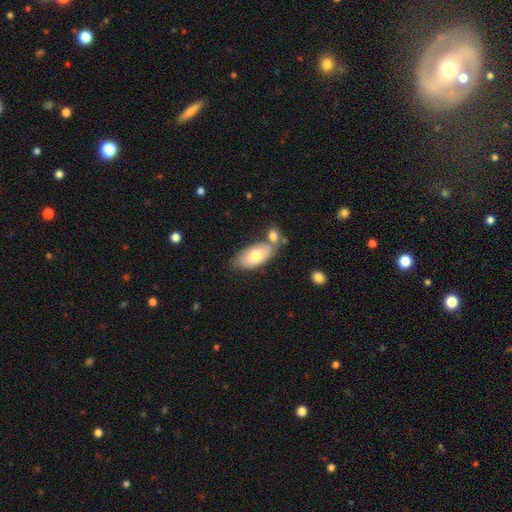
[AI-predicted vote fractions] Smooth or featured?
  - smooth: 72% *
  - featured or disk: 22%
  - star or artifact: 6%
How rounded?
  - in between: 93% *
  - cigar-shaped: 4%
  - round: 3%
Merging?
  - none: 51% *
  - merger: 29%
  - minor disturbance: 16%
  - major disturbance: 4%